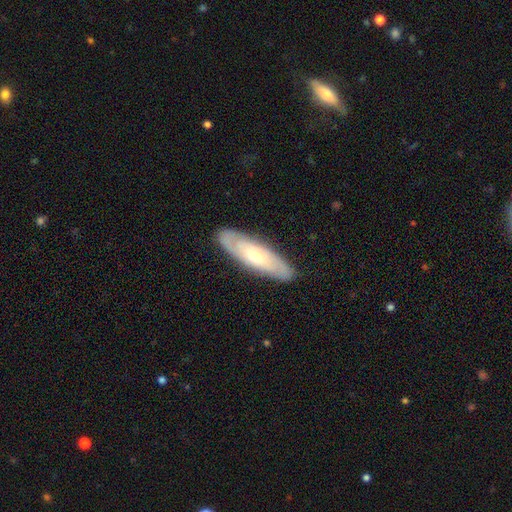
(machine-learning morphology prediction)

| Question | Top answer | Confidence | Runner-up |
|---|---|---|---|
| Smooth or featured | featured or disk | 61% | smooth (33%) |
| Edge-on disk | no | 72% | yes (28%) |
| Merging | none | 86% | minor disturbance (10%) |